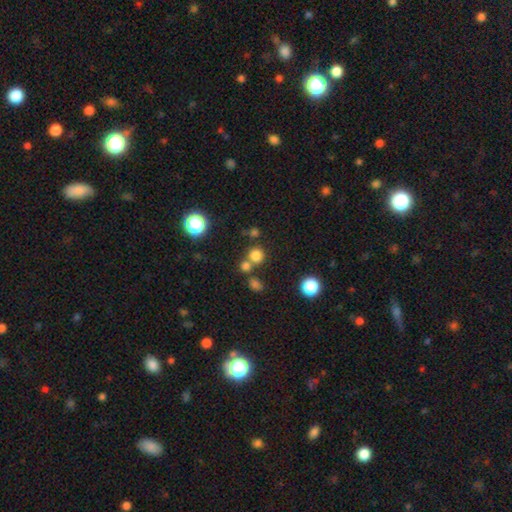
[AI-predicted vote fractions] Overall: smooth (75%). How rounded: round (91%). Merging: none (63%; merger 27%).